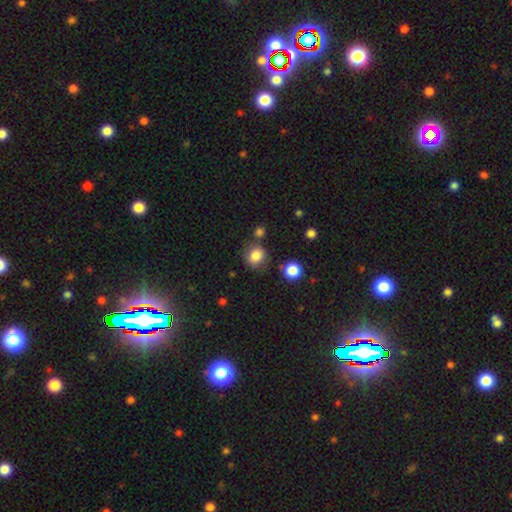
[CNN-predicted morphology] Smooth or featured?
  - smooth: 83% *
  - star or artifact: 11%
  - featured or disk: 6%
How rounded?
  - round: 78% *
  - in between: 21%
  - cigar-shaped: 1%
Merging?
  - none: 75% *
  - minor disturbance: 14%
  - merger: 7%
  - major disturbance: 4%